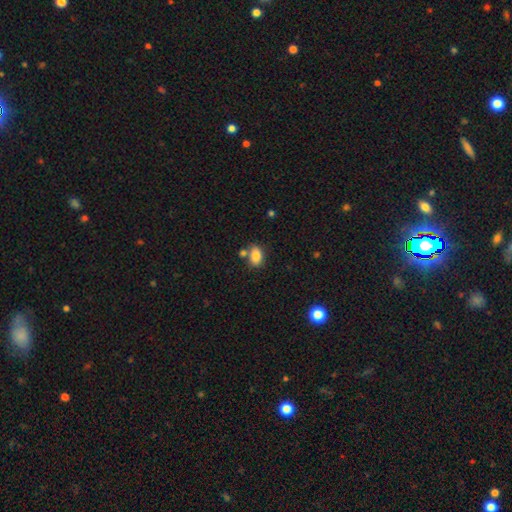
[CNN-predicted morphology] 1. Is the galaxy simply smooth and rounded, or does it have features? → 85% smooth, 8% star or artifact, 7% featured or disk.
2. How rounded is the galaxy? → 85% in between, 13% round, 2% cigar-shaped.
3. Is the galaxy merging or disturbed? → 64% none, 18% merger, 14% minor disturbance, 4% major disturbance.